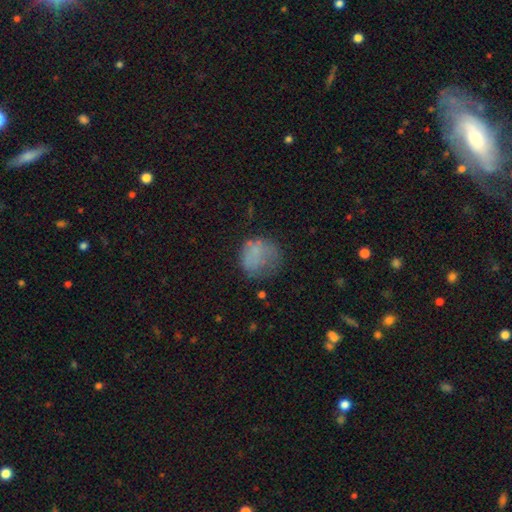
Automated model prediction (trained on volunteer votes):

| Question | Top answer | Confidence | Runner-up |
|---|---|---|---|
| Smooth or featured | smooth | 68% | featured or disk (20%) |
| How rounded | round | 80% | in between (19%) |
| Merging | none | 50% | minor disturbance (24%) |